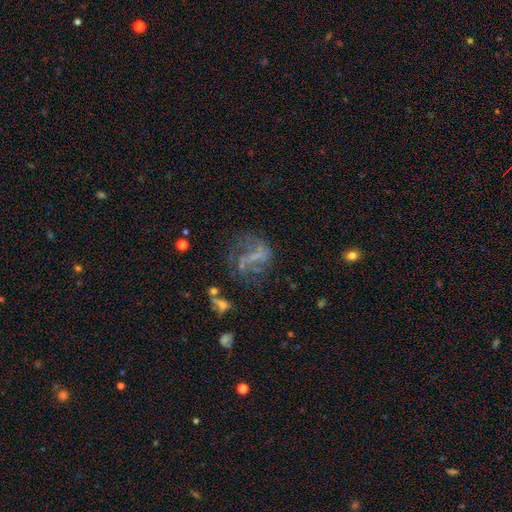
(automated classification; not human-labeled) Smooth or featured? featured or disk (60%)
Edge-on disk? no (97%)
Bar? no (46%)
Spiral arms? yes (56%)
Bulge size? none (66%)
Merging? none (40%)